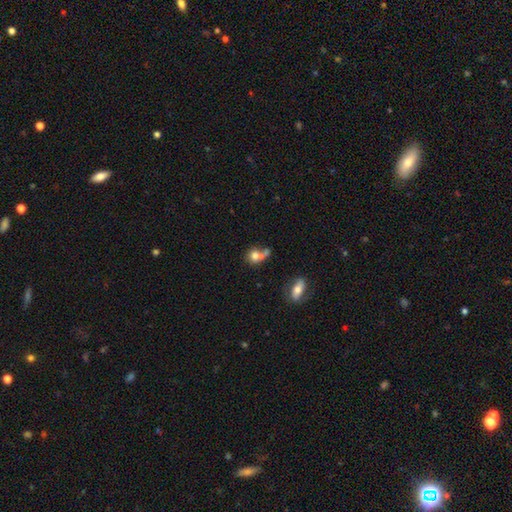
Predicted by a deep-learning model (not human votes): Smooth or featured: smooth — 72% (featured or disk — 16%)
How rounded: round — 76% (in between — 22%)
Merging: merger — 47% (none — 38%)